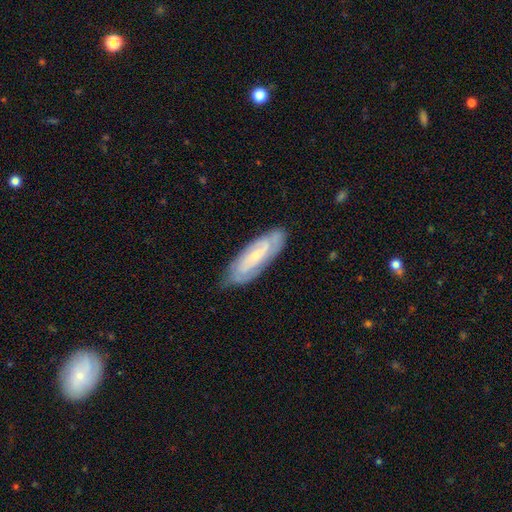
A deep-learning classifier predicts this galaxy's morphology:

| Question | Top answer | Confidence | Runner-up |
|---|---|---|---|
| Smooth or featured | featured or disk | 66% | smooth (27%) |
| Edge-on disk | no | 85% | yes (15%) |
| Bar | no | 47% | weak (38%) |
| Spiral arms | yes | 88% | no (12%) |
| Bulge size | small | 69% | moderate (21%) |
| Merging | none | 75% | minor disturbance (19%) |